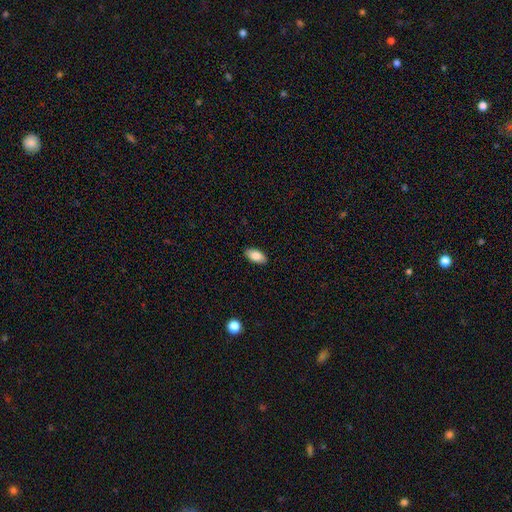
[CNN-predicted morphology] smooth_or_featured: smooth (p=0.84) [alt: featured or disk p=0.09]
how_rounded: in between (p=0.93) [alt: cigar-shaped p=0.04]
merging: none (p=0.90) [alt: minor disturbance p=0.07]